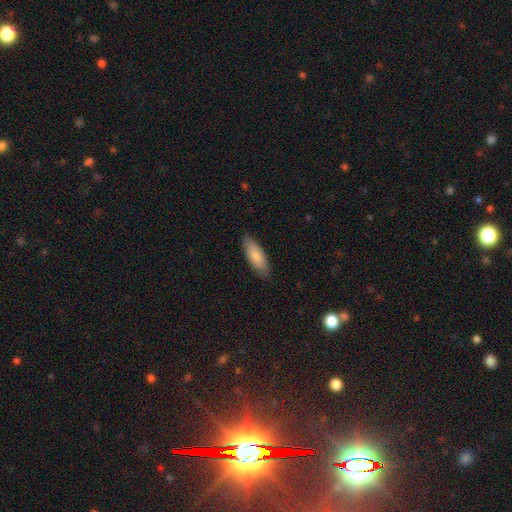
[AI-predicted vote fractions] smooth-or-featured: smooth: 84% | featured or disk: 11% | star or artifact: 5%
  how-rounded: in between: 70% | cigar-shaped: 29% | round: 1%
  merging: none: 85% | minor disturbance: 12% | major disturbance: 2% | merger: 1%